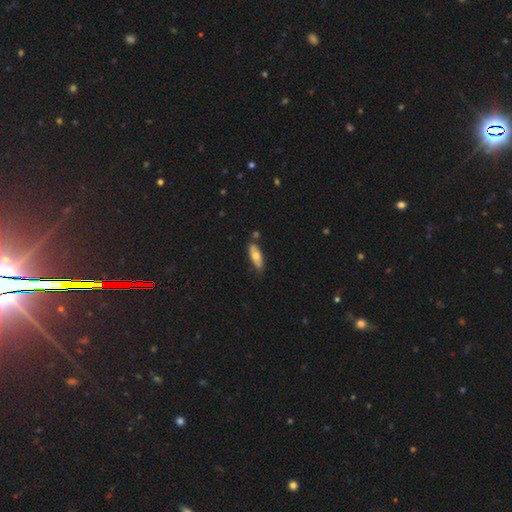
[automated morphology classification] Smooth or featured? smooth (65%)
How rounded? in between (72%)
Merging? none (73%)